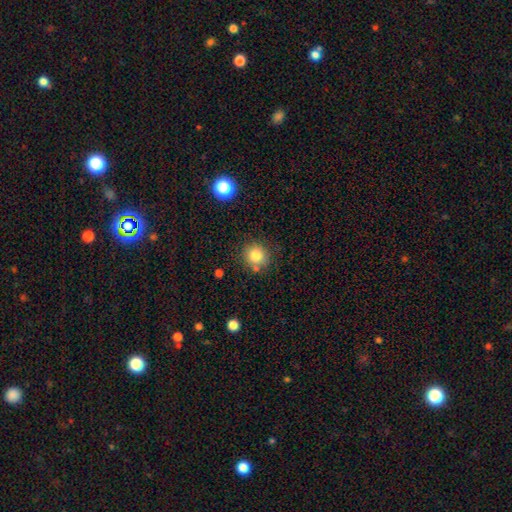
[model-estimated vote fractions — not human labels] Smooth or featured?
  - smooth: 82% *
  - star or artifact: 11%
  - featured or disk: 7%
How rounded?
  - round: 90% *
  - in between: 9%
  - cigar-shaped: 1%
Merging?
  - none: 79% *
  - minor disturbance: 12%
  - merger: 6%
  - major disturbance: 3%